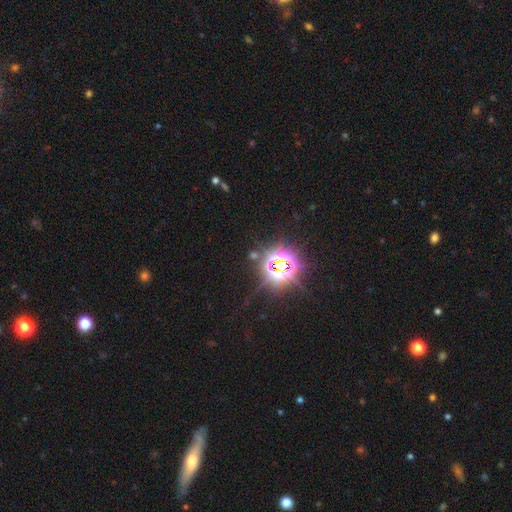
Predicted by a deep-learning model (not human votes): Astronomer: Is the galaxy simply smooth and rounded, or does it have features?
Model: star or artifact — 81%.